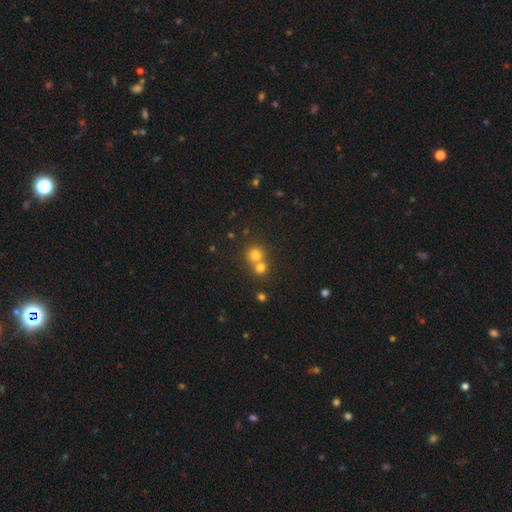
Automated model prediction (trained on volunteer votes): A smooth galaxy with no disk features (73%) that is round (86%). Merging: merger (49%).